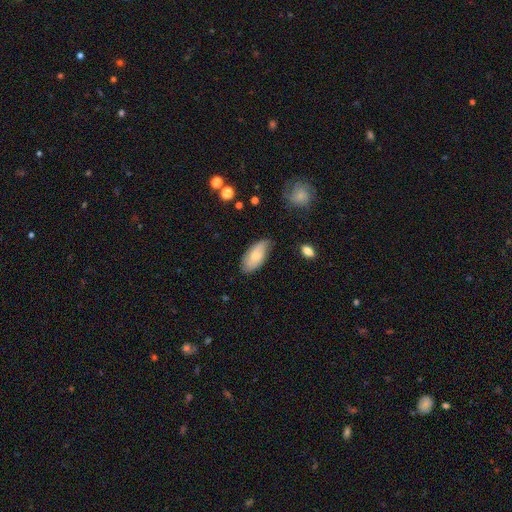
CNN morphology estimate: Smooth or featured: smooth — 67% (featured or disk — 27%)
How rounded: in between — 91% (cigar-shaped — 6%)
Merging: none — 69% (minor disturbance — 25%)